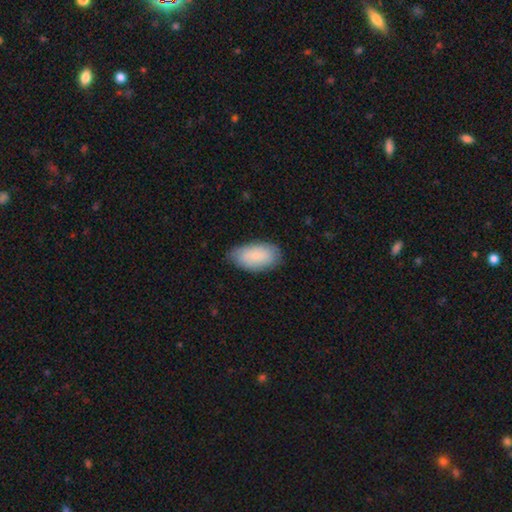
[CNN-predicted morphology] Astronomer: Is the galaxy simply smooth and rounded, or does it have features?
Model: smooth — 81%.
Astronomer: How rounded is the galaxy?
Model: in between — 95%.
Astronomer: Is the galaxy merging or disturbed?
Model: none — 74%.